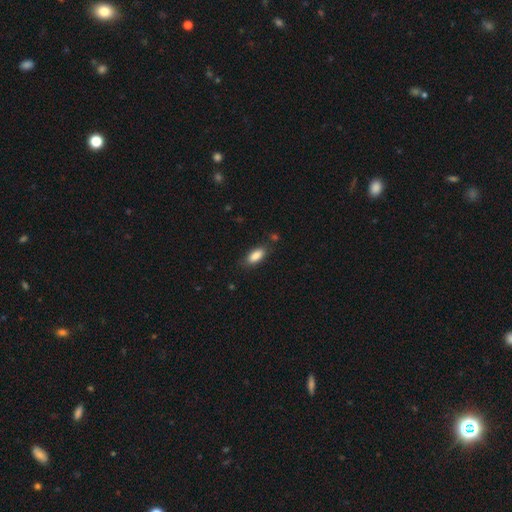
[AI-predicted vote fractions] Smooth or featured: smooth — 87% (star or artifact — 7%)
How rounded: in between — 85% (cigar-shaped — 13%)
Merging: none — 81% (minor disturbance — 14%)